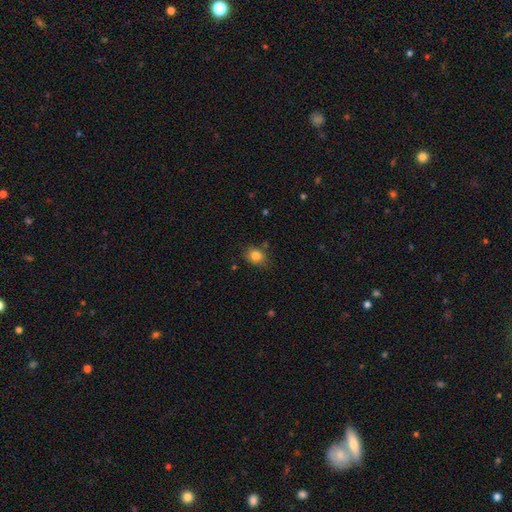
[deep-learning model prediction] The model was most divided on "how rounded": round: 51%, in between: 48%, cigar-shaped: 1%. More confident: smooth or featured — smooth (83%); merging — none (76%).